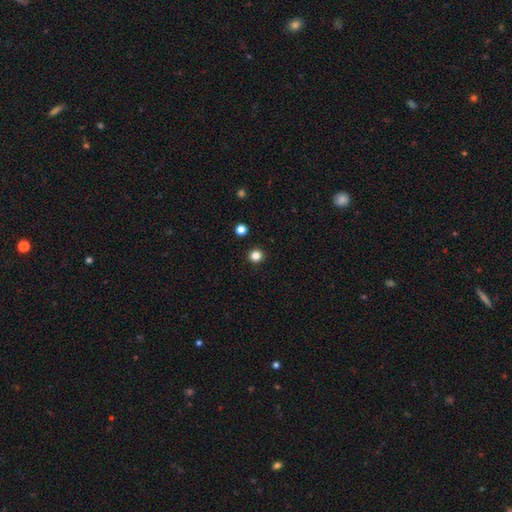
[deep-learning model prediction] Overall: smooth (83%). How rounded: round (95%). Merging: none (93%).